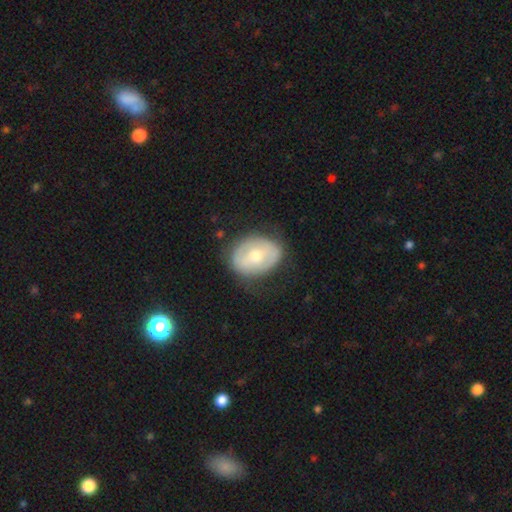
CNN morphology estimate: A featured or disk galaxy (49%). Merging: none (73%).